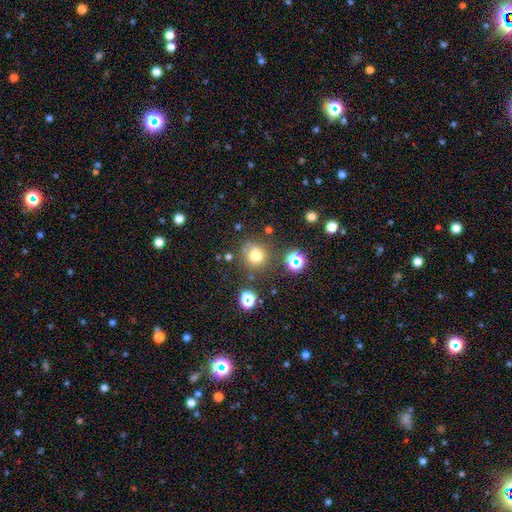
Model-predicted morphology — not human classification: This appears to be a smooth galaxy with no disk features (69%) that is round (93%). Merging: none (78%).